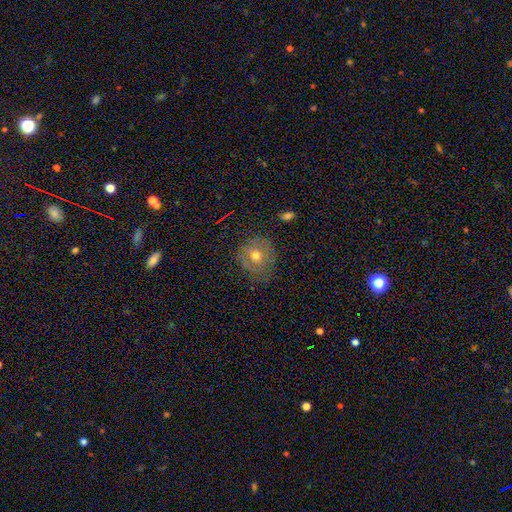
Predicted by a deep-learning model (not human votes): Smooth or featured? Predicted: smooth (p=0.49). Merging? Predicted: none (p=0.74).